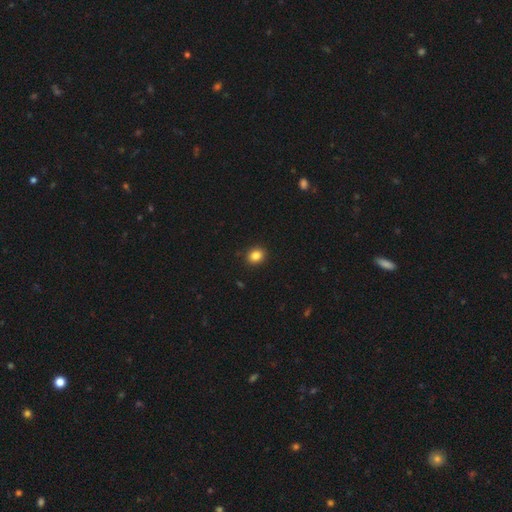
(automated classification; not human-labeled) Smooth or featured: smooth — 85% (star or artifact — 10%)
How rounded: round — 65% (in between — 34%)
Merging: none — 91% (minor disturbance — 6%)